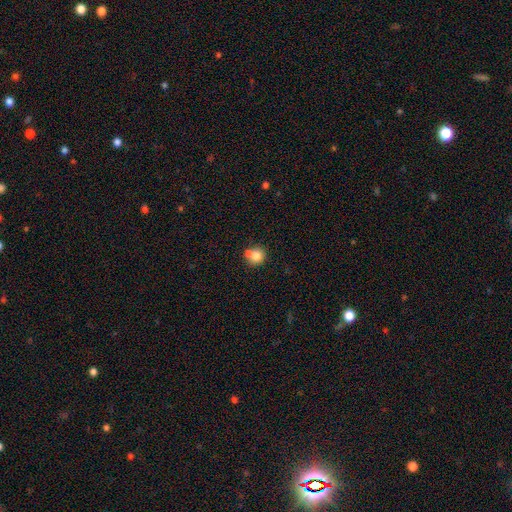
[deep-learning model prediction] Smooth or featured? Predicted: smooth (p=0.80). How rounded? Predicted: round (p=0.90). Merging? Predicted: none (p=0.54).